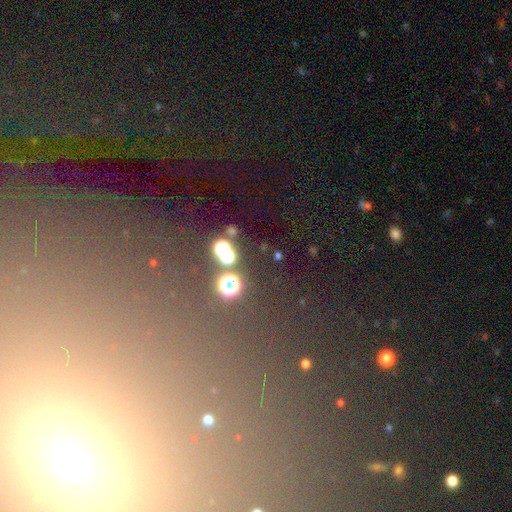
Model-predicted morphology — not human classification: The model was most divided on "smooth or featured": star or artifact: 68%, smooth: 19%, featured or disk: 13%.